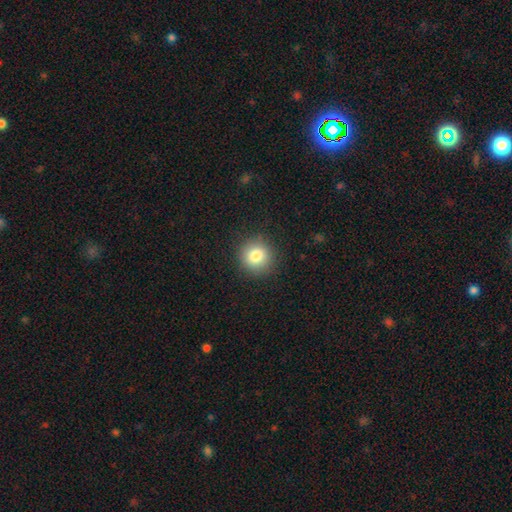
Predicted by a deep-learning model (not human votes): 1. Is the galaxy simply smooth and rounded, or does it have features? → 82% smooth, 11% star or artifact, 7% featured or disk.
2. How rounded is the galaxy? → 92% round, 7% in between, 1% cigar-shaped.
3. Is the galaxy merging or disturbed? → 89% none, 7% minor disturbance, 2% major disturbance, 1% merger.